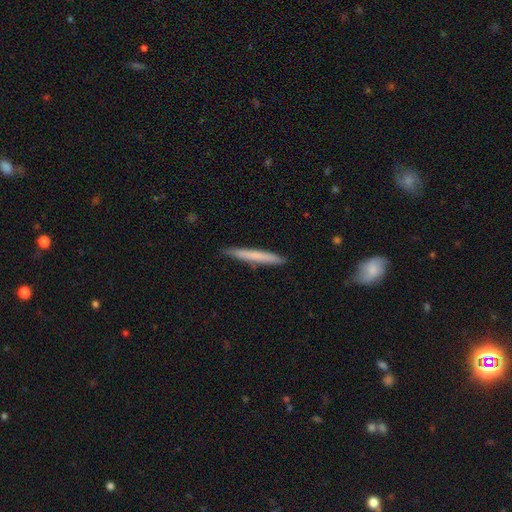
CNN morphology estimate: Q: Smooth or featured?
A: smooth (68%); runner-up: featured or disk (27%)
Q: How rounded?
A: cigar-shaped (97%); runner-up: in between (2%)
Q: Merging?
A: none (89%); runner-up: minor disturbance (9%)